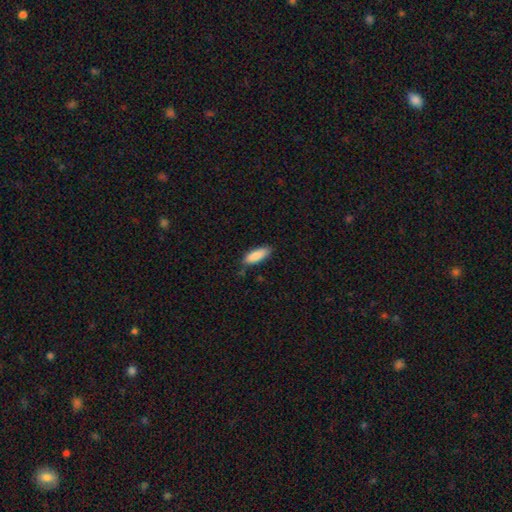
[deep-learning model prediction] Smooth or featured: smooth — 87% (featured or disk — 6%)
How rounded: in between — 65% (cigar-shaped — 33%)
Merging: none — 80% (minor disturbance — 16%)